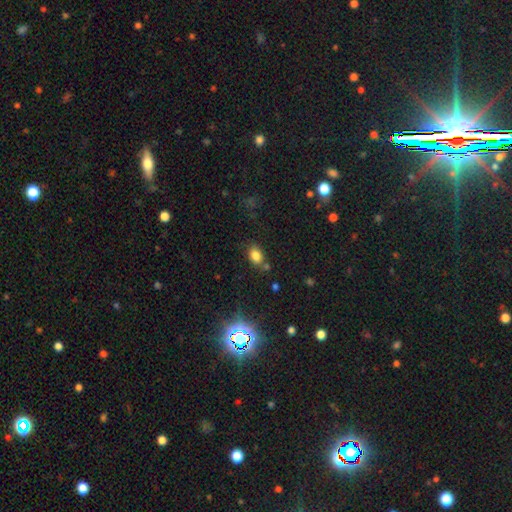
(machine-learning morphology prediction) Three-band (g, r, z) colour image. It shows a smooth galaxy with no disk features (78%) that is in between round and cigar-shaped (75%). Merging: none (70%).